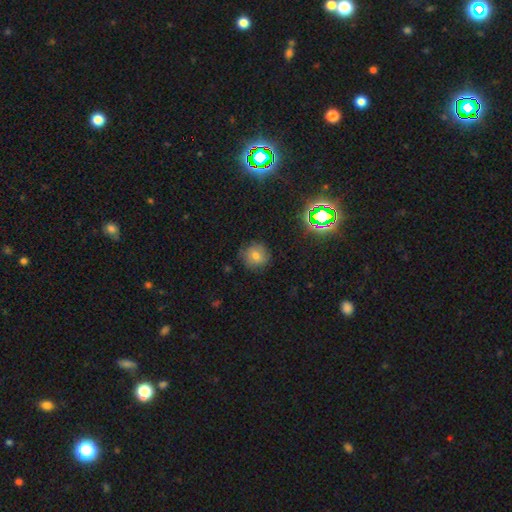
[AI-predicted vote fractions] Smooth or featured? Predicted: smooth (p=0.71). How rounded? Predicted: round (p=0.90). Merging? Predicted: none (p=0.84).